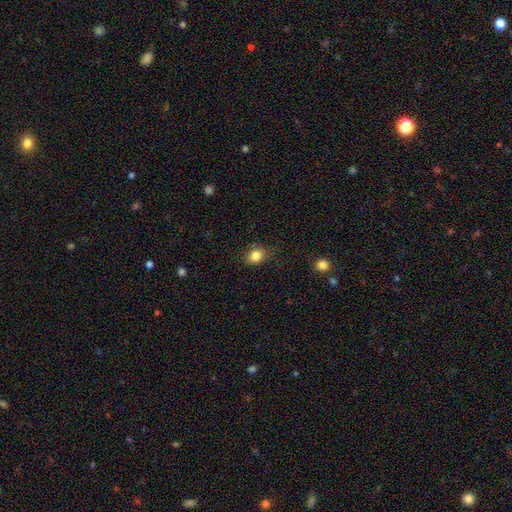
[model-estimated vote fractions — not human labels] Smooth or featured: smooth — 84% (star or artifact — 11%)
How rounded: round — 50% (in between — 49%)
Merging: none — 75% (minor disturbance — 18%)